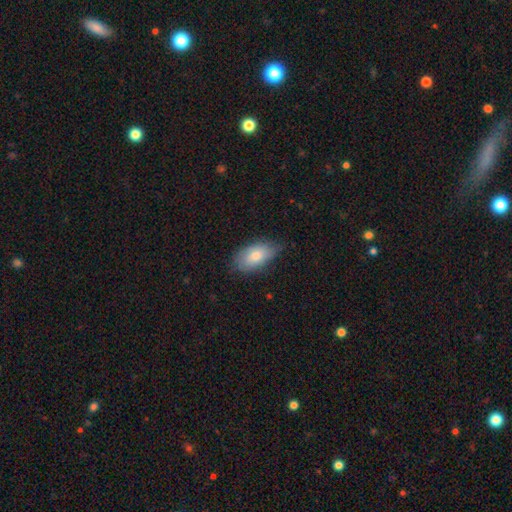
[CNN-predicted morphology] Overall: smooth (77%). How rounded: in between (92%). Merging: none (67%; minor disturbance 27%).